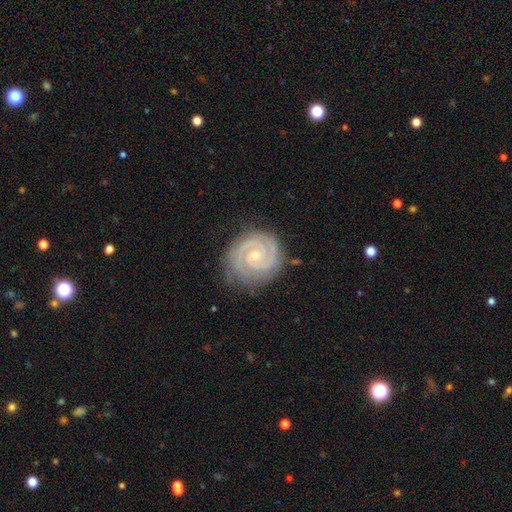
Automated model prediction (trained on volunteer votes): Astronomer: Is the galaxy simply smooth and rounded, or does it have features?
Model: featured or disk — 91%.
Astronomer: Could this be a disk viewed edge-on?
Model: no — 98%.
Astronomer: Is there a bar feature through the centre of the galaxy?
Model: no — 68%.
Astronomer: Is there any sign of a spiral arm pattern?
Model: yes — 99%.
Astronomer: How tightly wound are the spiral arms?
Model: tight — 81%.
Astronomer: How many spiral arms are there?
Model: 2 — 77%.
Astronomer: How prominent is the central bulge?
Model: small — 76%.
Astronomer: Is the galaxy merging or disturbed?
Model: none — 80%.